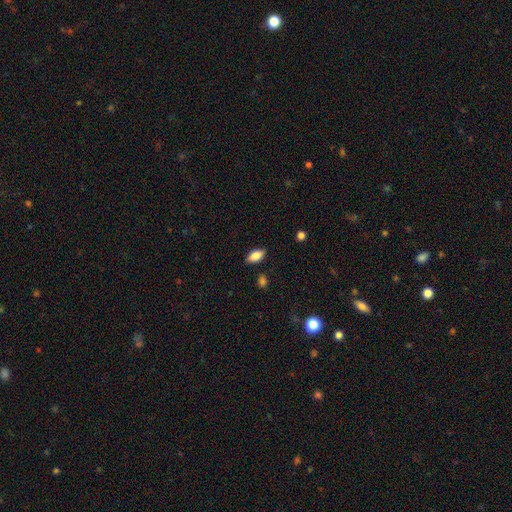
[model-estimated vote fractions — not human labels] smooth 82%, featured or disk 10%, star or artifact 7%. Down the decision tree: how rounded — in between (89%); merging — none (85%).